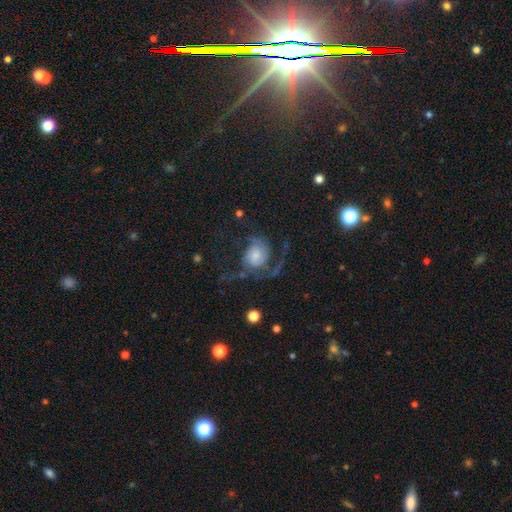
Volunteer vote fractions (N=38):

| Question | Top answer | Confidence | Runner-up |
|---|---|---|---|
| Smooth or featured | featured or disk | 76% | smooth (21%) |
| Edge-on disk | no | 100% | — |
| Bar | no | 52% | weak (41%) |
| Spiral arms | yes | 90% | no (10%) |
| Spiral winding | medium | 42% | loose (35%) |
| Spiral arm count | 3 | 42% | 2 (27%) |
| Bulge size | small | 38% | moderate (28%) |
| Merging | none | 43% | tied: major disturbance (43%) |